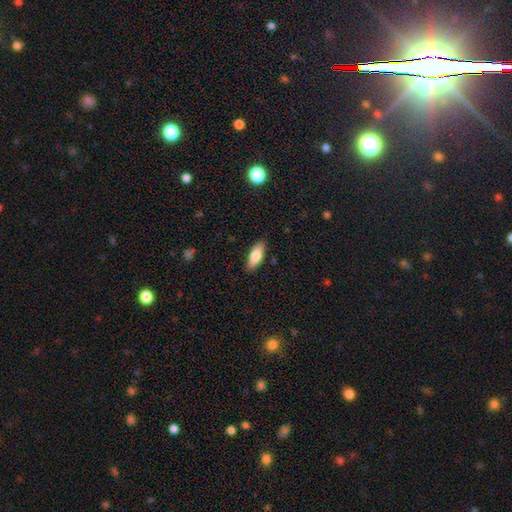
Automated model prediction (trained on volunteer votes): This is likely a smooth galaxy (76%). How rounded: likely in between (74%). Merging: clearly none (87%).